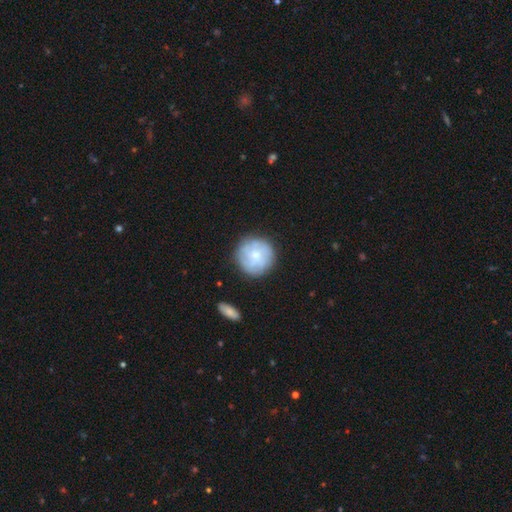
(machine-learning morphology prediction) Overall: smooth (48%; featured or disk 45%). Merging: none (79%).